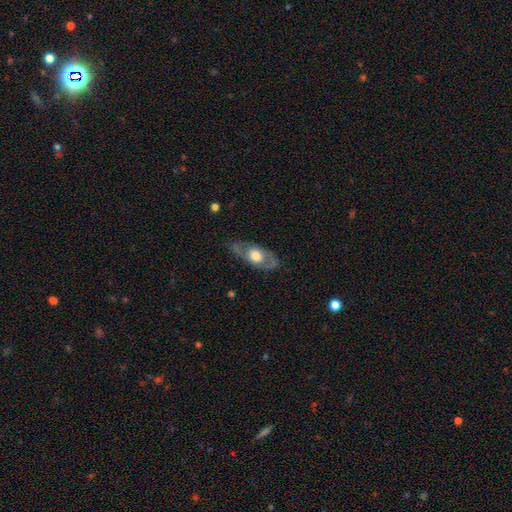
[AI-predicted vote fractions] This is possibly a featured or disk galaxy (59%). It is likely not viewed edge-on (74%). Merging: likely none (75%).